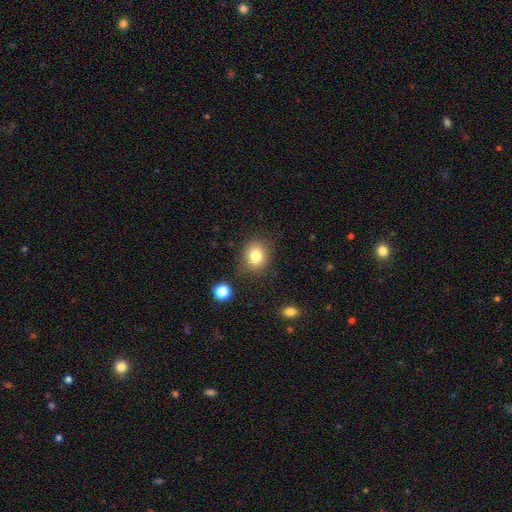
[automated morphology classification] Overall: smooth (80%). How rounded: round (70%). Merging: none (81%).